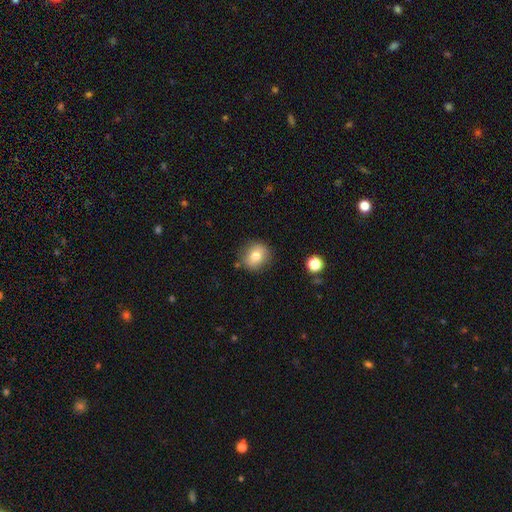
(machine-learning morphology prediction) Q: Smooth or featured?
A: smooth (76%); runner-up: featured or disk (14%)
Q: How rounded?
A: round (72%); runner-up: in between (27%)
Q: Merging?
A: none (81%); runner-up: minor disturbance (13%)